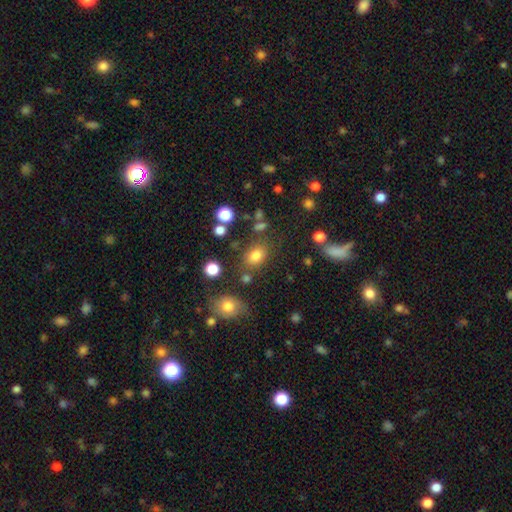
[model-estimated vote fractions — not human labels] Smooth or featured: smooth — 77% (star or artifact — 15%)
How rounded: in between — 62% (round — 37%)
Merging: none — 73% (minor disturbance — 13%)